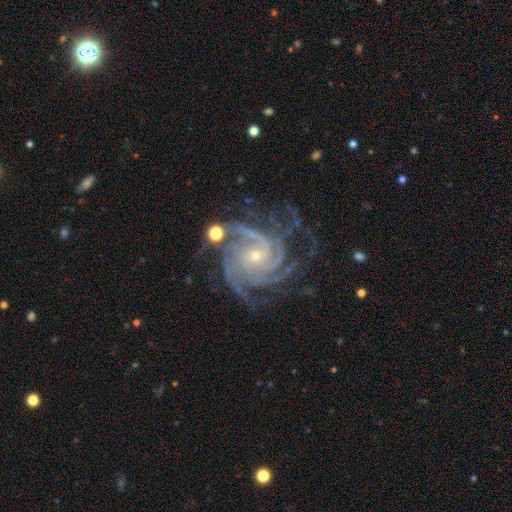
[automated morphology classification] Smooth or featured? featured or disk (92%)
Edge-on disk? no (98%)
Bar? no (68%)
Spiral arms? yes (99%)
Spiral winding? tight (63%)
Spiral arm count? 4 (45%)
Bulge size? small (82%)
Merging? none (67%)